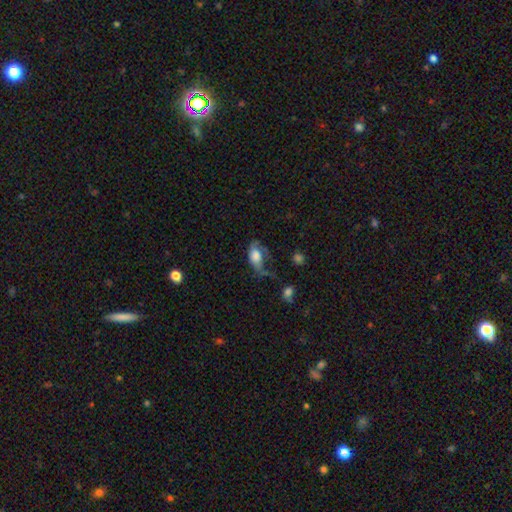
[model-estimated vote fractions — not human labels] smooth 62%, featured or disk 29%, star or artifact 9%. Down the decision tree: how rounded — in between (89%); merging — major disturbance (44%).